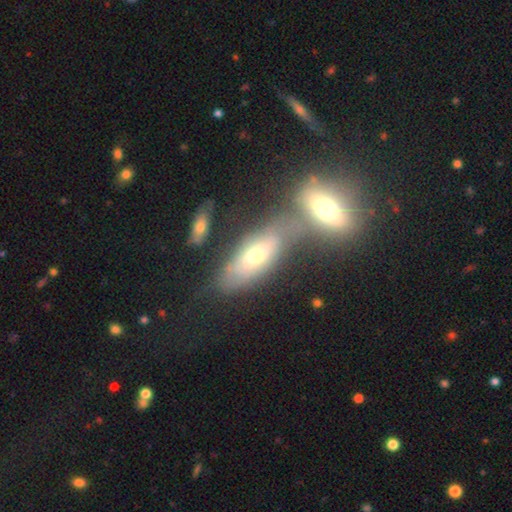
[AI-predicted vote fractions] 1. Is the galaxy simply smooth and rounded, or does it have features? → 49% smooth, 43% featured or disk, 8% star or artifact.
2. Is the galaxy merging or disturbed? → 39% merger (tied), 39% none (tied), 15% minor disturbance, 7% major disturbance.